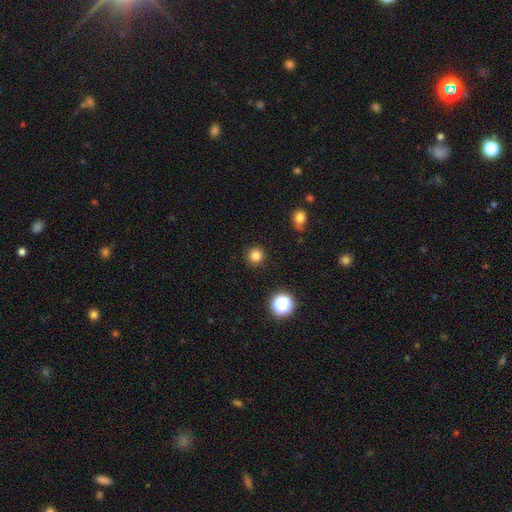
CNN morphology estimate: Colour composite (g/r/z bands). It shows a smooth galaxy with no disk features (83%) that is round (95%). Merging: none (91%).